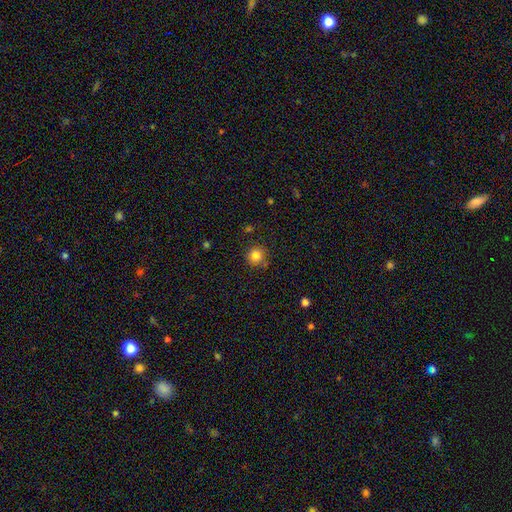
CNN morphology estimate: type=smooth (83%); roundness=round (92%); merging=none (82%).